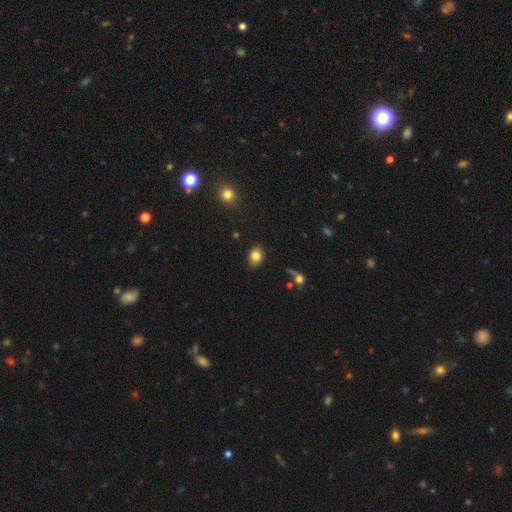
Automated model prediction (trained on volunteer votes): A smooth galaxy with no disk features (82%) that is in between round and cigar-shaped (70%). Merging: none (83%).